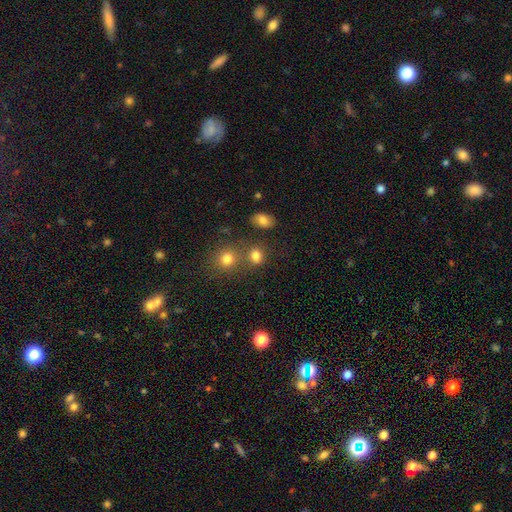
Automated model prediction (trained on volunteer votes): Q: Smooth or featured?
A: smooth (81%); runner-up: star or artifact (13%)
Q: How rounded?
A: round (60%); runner-up: in between (39%)
Q: Merging?
A: none (63%); runner-up: merger (22%)